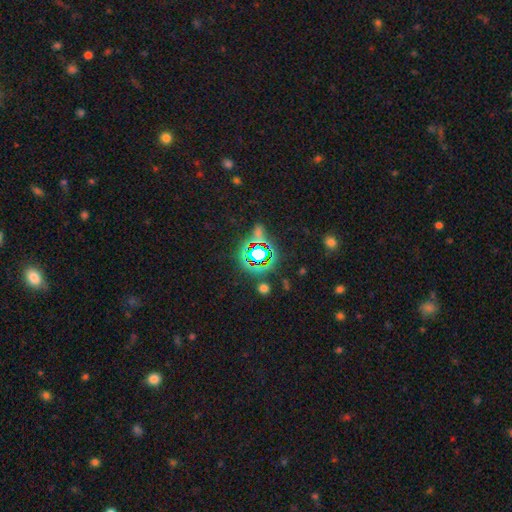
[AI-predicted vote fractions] A star or artifact, not a galaxy (77%).